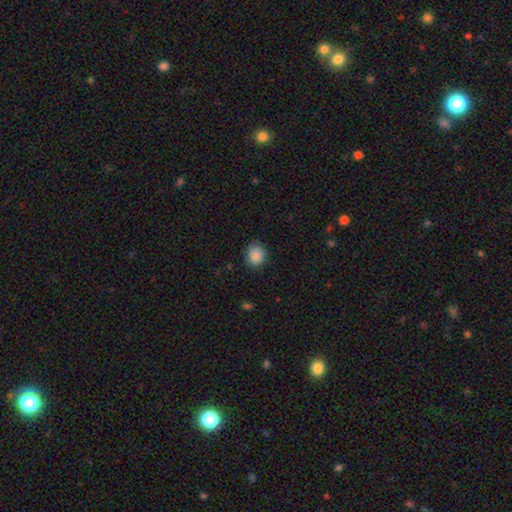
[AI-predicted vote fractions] Overall: smooth (88%). How rounded: round (75%). Merging: none (80%).